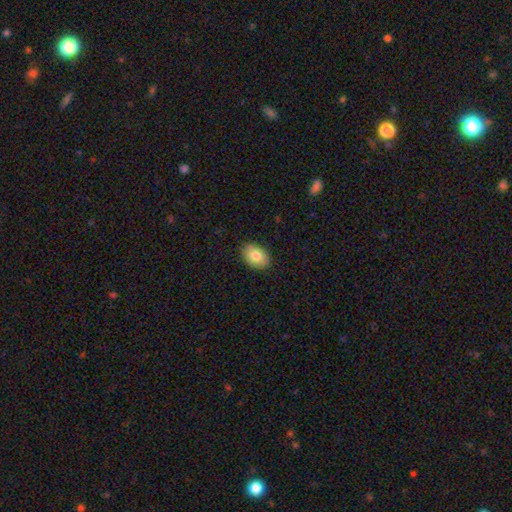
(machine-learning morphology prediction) Overall: smooth (81%). How rounded: in between (82%). Merging: none (88%).